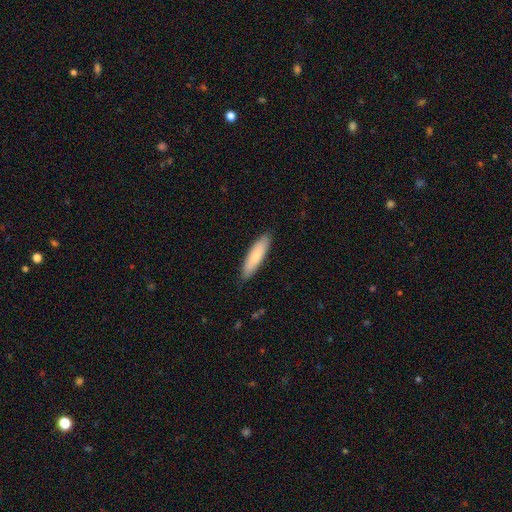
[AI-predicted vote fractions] A smooth galaxy with no disk features (76%) that is cigar-shaped (72%). Merging: none (88%).